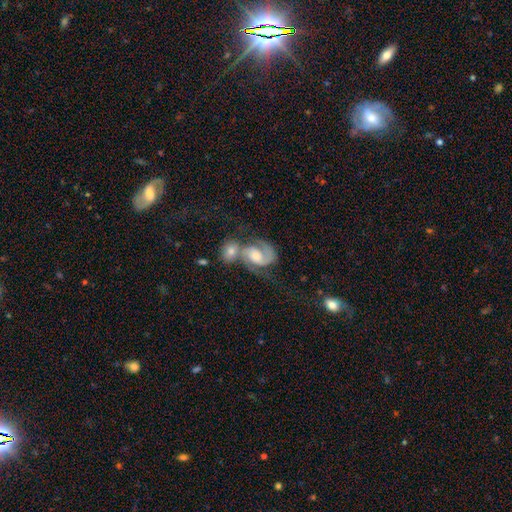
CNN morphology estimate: smooth-or-featured: featured or disk: 84% | smooth: 9% | star or artifact: 6%
  disk-edge-on: no: 98% | yes: 2%
    bar: no: 45% | weak: 41% | strong: 13%
    has-spiral-arms: yes: 95% | no: 5%
      spiral-winding: medium: 53% | tight: 28% | loose: 19%
      spiral-arm-count: 2: 86% | 1: 6% | can't tell: 5% | 3: 1% | 4: 1% | more than 4: 1%
    bulge-size: moderate: 60% | small: 23% | large: 11% | none: 4% | dominant: 2%
  merging: merger: 53% | none: 27% | minor disturbance: 10% | major disturbance: 9%